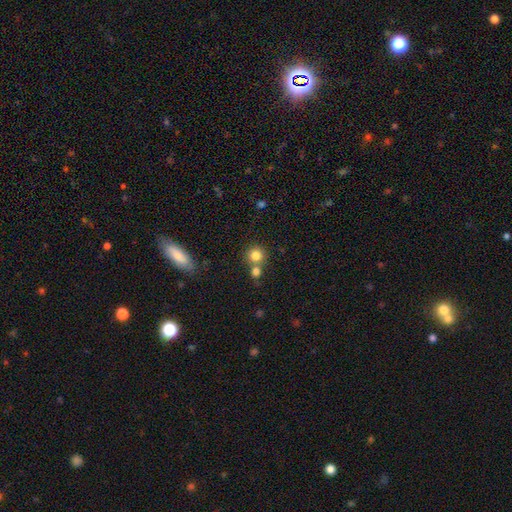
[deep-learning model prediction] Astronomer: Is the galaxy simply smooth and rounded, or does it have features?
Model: smooth — 81%.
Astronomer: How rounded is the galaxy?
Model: round — 91%.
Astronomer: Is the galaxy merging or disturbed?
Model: none — 57% (runner-up: merger, 33%).